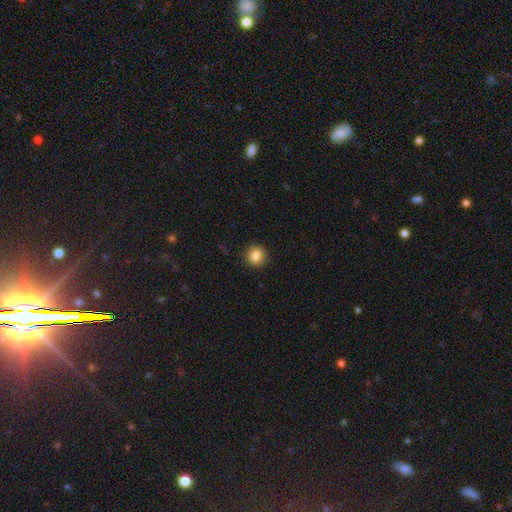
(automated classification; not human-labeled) Smooth or featured? smooth (86%)
How rounded? round (89%)
Merging? none (90%)